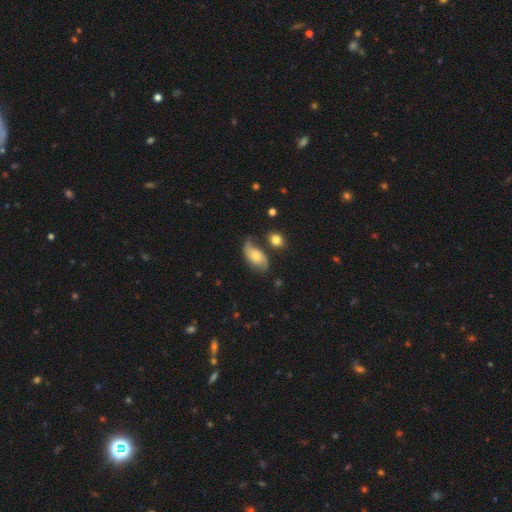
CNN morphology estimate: A featured or disk galaxy (49%).

Vote fractions:
- Smooth or featured? featured or disk: 49% / smooth: 43% / star or artifact: 8%
- Merging? none: 57% / minor disturbance: 25% / major disturbance: 10% / merger: 9%